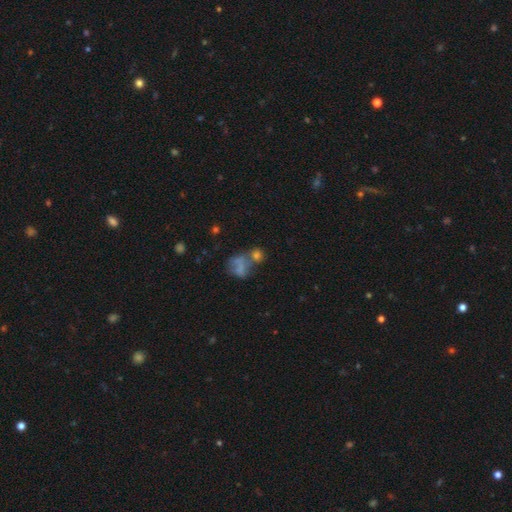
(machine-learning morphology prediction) smooth-or-featured: smooth: 47% | star or artifact: 27% | featured or disk: 26%
  merging: merger: 38% | none: 34% | major disturbance: 14% | minor disturbance: 13%